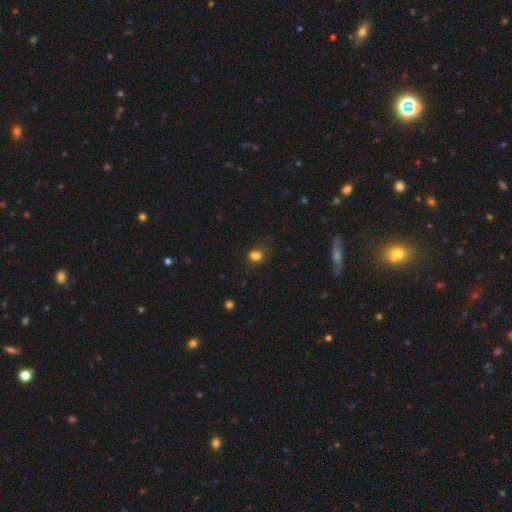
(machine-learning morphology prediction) Smooth or featured?
  - smooth: 76% *
  - star or artifact: 16%
  - featured or disk: 8%
How rounded?
  - in between: 51% *
  - round: 47%
  - cigar-shaped: 2%
Merging?
  - none: 51% *
  - minor disturbance: 21%
  - merger: 18%
  - major disturbance: 9%